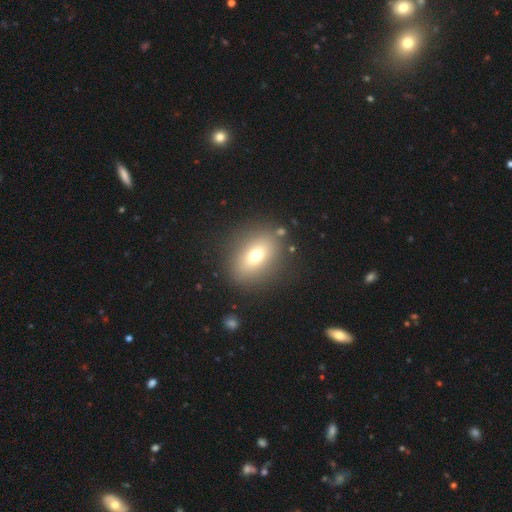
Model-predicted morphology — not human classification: The model was most divided on "how rounded": in between: 60%, round: 37%, cigar-shaped: 2%. More confident: merging — none (84%); smooth or featured — smooth (69%).